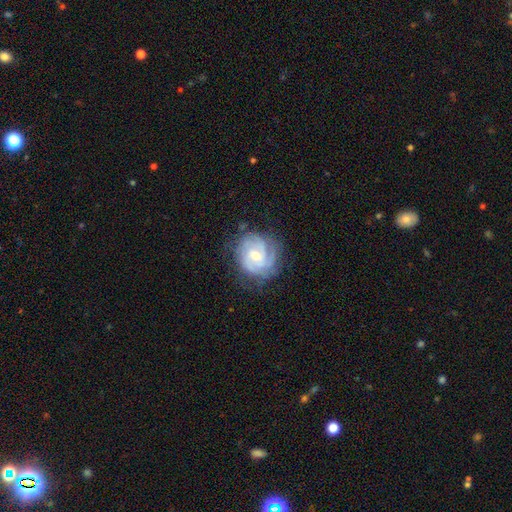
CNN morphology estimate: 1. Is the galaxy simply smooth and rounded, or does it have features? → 83% featured or disk, 11% smooth, 6% star or artifact.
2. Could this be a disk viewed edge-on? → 98% no, 2% yes.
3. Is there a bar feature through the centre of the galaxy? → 55% no, 38% weak, 7% strong.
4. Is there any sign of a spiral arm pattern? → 96% yes, 4% no.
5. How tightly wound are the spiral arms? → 66% tight, 28% medium, 6% loose.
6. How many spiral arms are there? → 28% can't tell (tied), 28% 3 (tied), 21% 2, 12% 4, 5% 1, 5% more than 4.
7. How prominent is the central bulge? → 55% moderate, 41% small, 3% large, 1% none, 1% dominant.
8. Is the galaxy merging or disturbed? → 73% none, 19% minor disturbance, 7% major disturbance, 1% merger.